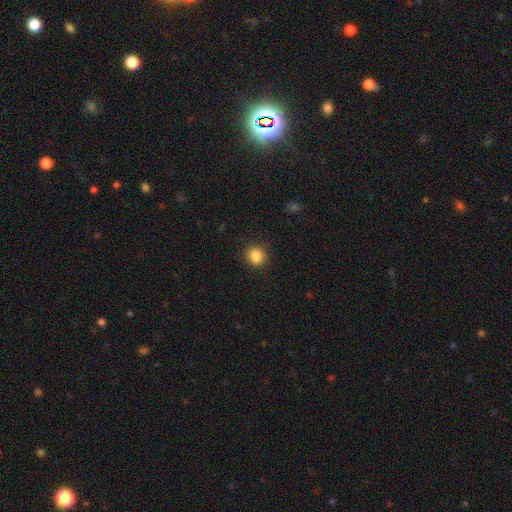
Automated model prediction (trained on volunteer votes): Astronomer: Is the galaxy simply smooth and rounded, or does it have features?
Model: smooth — 85%.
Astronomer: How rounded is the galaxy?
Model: round — 78%.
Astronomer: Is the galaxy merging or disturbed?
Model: none — 77%.